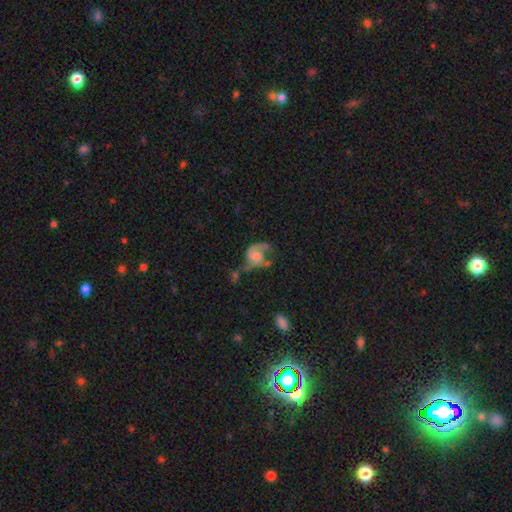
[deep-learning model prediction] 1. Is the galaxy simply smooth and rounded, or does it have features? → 68% featured or disk, 24% smooth, 9% star or artifact.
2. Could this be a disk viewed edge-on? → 98% no, 2% yes.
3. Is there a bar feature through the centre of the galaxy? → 72% no, 24% weak, 4% strong.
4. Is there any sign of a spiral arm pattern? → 85% yes, 15% no.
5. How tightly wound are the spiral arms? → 44% loose, 40% medium, 15% tight.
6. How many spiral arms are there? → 73% 2, 18% 1, 6% can't tell, 1% 3, 1% 4, 1% more than 4.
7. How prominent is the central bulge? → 33% moderate, 30% small, 20% none, 15% large, 3% dominant.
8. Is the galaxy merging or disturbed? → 35% major disturbance, 30% none, 21% minor disturbance, 14% merger.